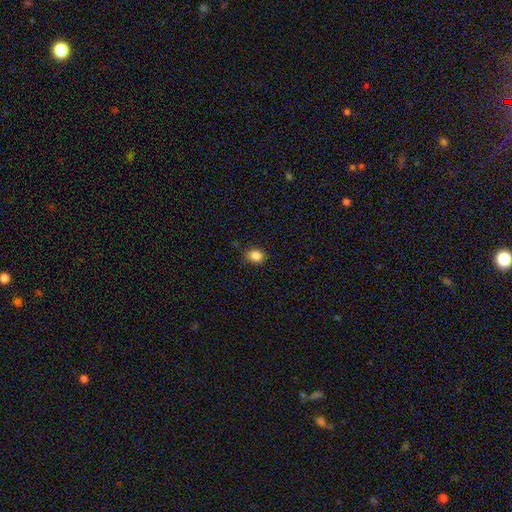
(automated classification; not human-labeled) smooth-or-featured: smooth: 85% | star or artifact: 11% | featured or disk: 4%
  how-rounded: round: 69% | in between: 31% | cigar-shaped: 1%
  merging: none: 85% | minor disturbance: 11% | major disturbance: 2% | merger: 1%